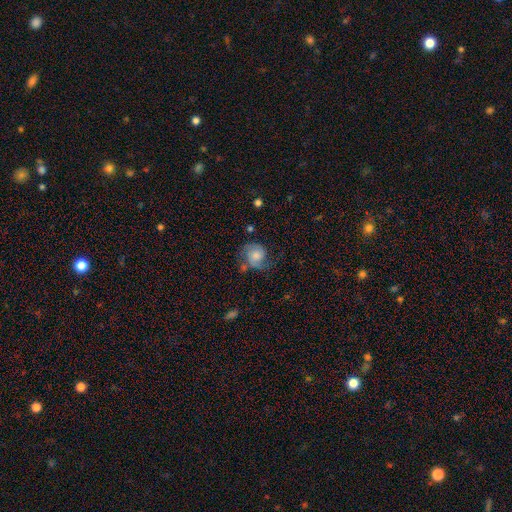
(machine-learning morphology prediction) smooth_or_featured: featured or disk (p=0.51) [alt: smooth p=0.40]
disk_edge_on: no (p=0.97) [alt: yes p=0.03]
bar: no (p=0.71) [alt: weak p=0.25]
has_spiral_arms: yes (p=0.86) [alt: no p=0.14]
bulge_size: moderate (p=0.38) [alt: small p=0.30]
merging: none (p=0.51) [alt: minor disturbance p=0.27]